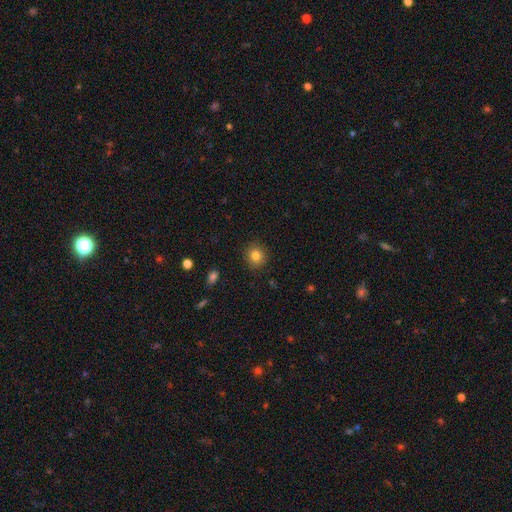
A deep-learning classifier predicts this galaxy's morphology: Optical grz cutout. It shows a smooth galaxy with no disk features (81%) that is round (87%). Merging: none (90%).